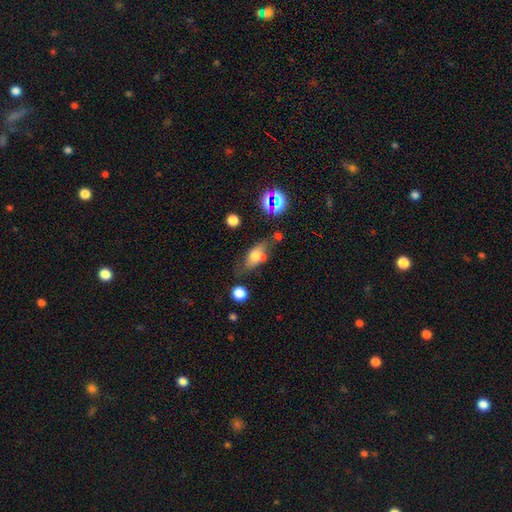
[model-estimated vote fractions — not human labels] A smooth galaxy with no disk features (59%) that is in between round and cigar-shaped (77%). Merging: none (49%).